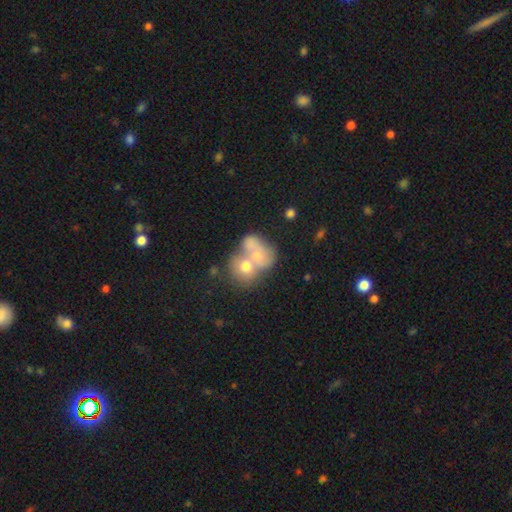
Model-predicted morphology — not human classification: smooth 59%, featured or disk 31%, star or artifact 10%. Down the decision tree: how rounded — round (57%); merging — merger (76%).